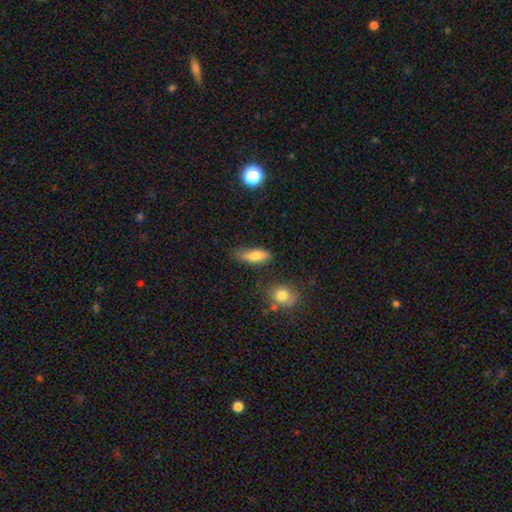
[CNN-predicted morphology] Q: Smooth or featured?
A: smooth (76%); runner-up: featured or disk (15%)
Q: How rounded?
A: in between (62%); runner-up: cigar-shaped (34%)
Q: Merging?
A: none (62%); runner-up: minor disturbance (26%)